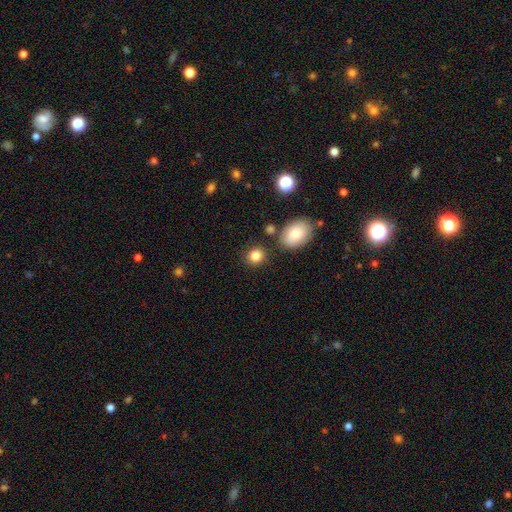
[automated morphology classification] Overall: smooth (84%). How rounded: round (76%). Merging: none (82%).